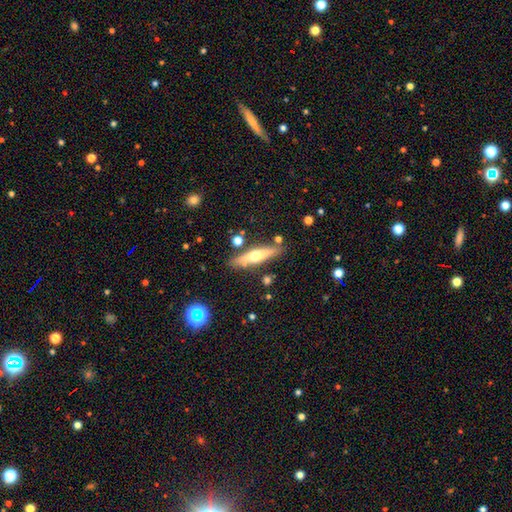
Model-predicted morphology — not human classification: Smooth or featured? featured or disk (53%)
Edge-on disk? yes (91%)
Merging? none (83%)